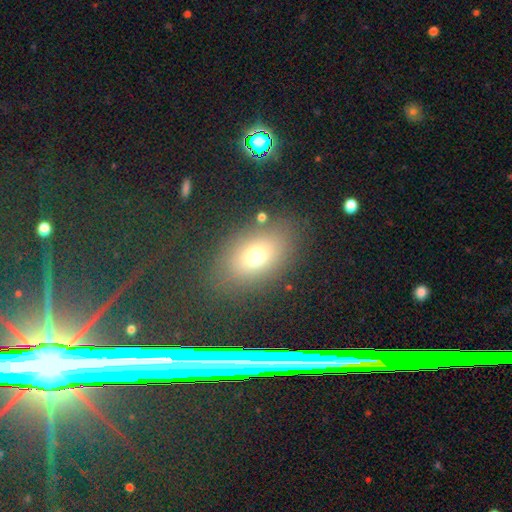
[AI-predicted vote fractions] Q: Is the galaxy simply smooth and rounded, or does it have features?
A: smooth — 69%.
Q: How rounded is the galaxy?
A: in between — 71%.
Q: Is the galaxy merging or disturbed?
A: none — 80%.